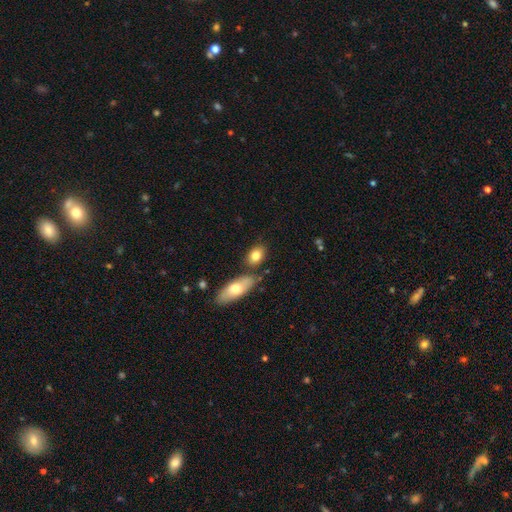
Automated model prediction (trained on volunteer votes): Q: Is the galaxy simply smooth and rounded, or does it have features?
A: smooth — 80%.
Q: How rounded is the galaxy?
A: in between — 79%.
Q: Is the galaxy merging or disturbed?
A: none — 68%.